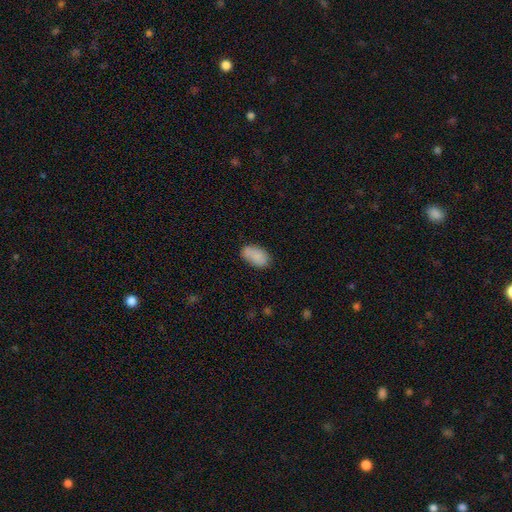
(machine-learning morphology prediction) Smooth or featured: smooth — 84% (featured or disk — 9%)
How rounded: in between — 93% (round — 5%)
Merging: none — 72% (minor disturbance — 19%)